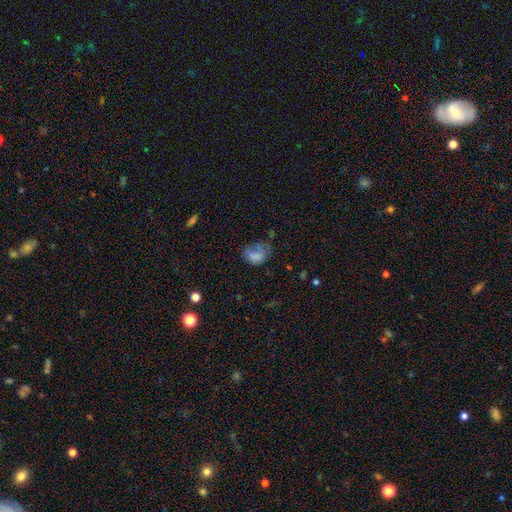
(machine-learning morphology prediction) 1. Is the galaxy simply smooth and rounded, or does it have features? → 65% smooth, 22% featured or disk, 13% star or artifact.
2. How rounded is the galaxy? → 66% in between, 33% round, 1% cigar-shaped.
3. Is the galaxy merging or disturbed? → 38% major disturbance, 29% none, 29% minor disturbance, 5% merger.